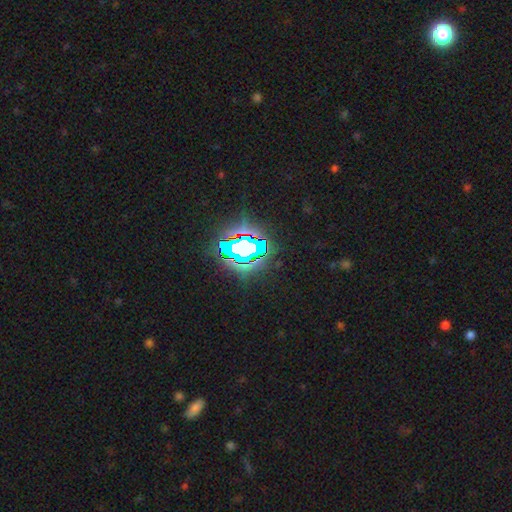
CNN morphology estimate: The model was most divided on "smooth or featured": star or artifact: 74%, smooth: 14%, featured or disk: 12%.